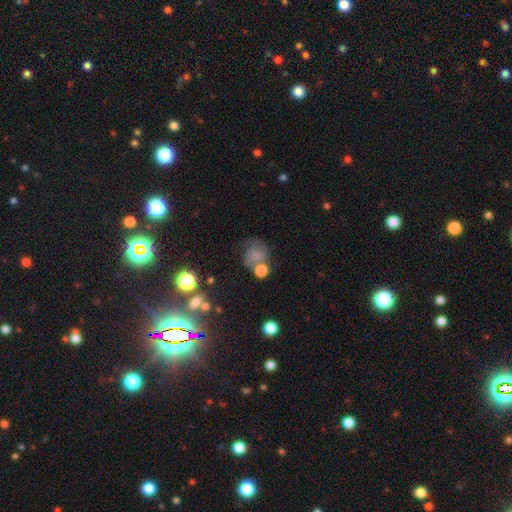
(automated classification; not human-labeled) smooth_or_featured: smooth (p=0.58) [alt: featured or disk p=0.28]
how_rounded: round (p=0.68) [alt: in between p=0.30]
merging: none (p=0.41) [alt: merger p=0.23]